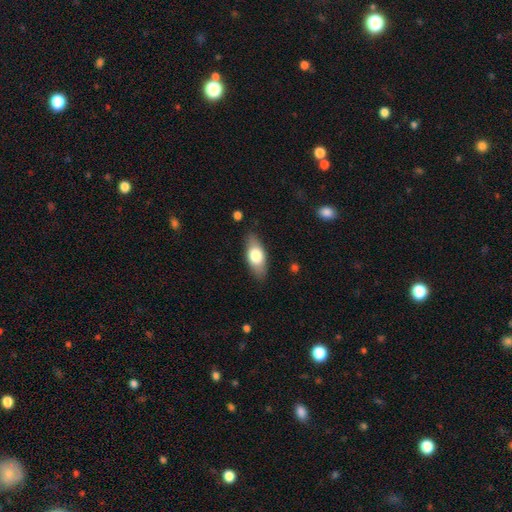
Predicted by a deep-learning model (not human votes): smooth-or-featured: smooth: 69% | featured or disk: 25% | star or artifact: 6%
  how-rounded: in between: 83% | cigar-shaped: 13% | round: 4%
  merging: none: 84% | minor disturbance: 12% | major disturbance: 3% | merger: 1%